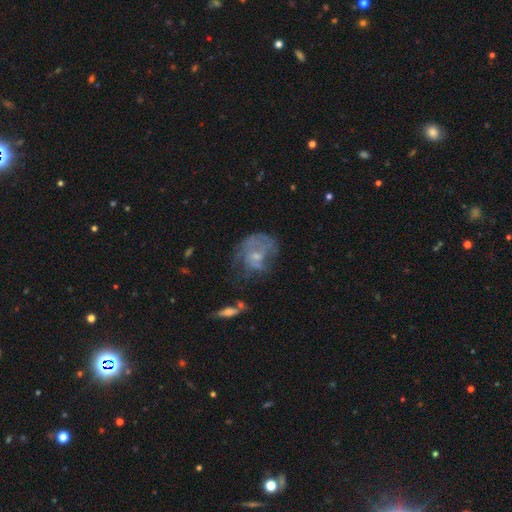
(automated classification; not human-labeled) This appears to be a featured or disk galaxy (64%) with no bar (71%), spiral arms (59%) and a small central bulge (59%). Merging: none (46%).